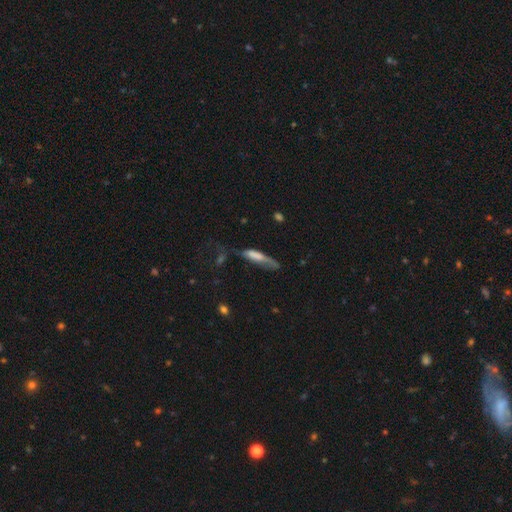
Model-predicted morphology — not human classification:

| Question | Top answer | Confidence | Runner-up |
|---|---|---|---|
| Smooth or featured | smooth | 58% | featured or disk (34%) |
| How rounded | cigar-shaped | 73% | in between (25%) |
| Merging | major disturbance | 35% | none (32%) |